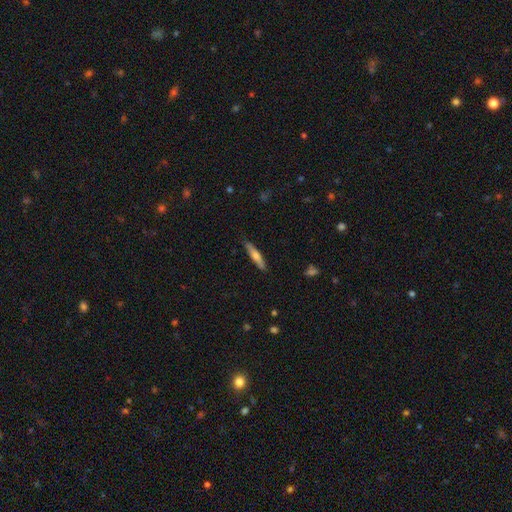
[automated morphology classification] Smooth or featured: smooth — 56% (featured or disk — 38%)
How rounded: cigar-shaped — 86% (in between — 12%)
Merging: none — 84% (minor disturbance — 13%)